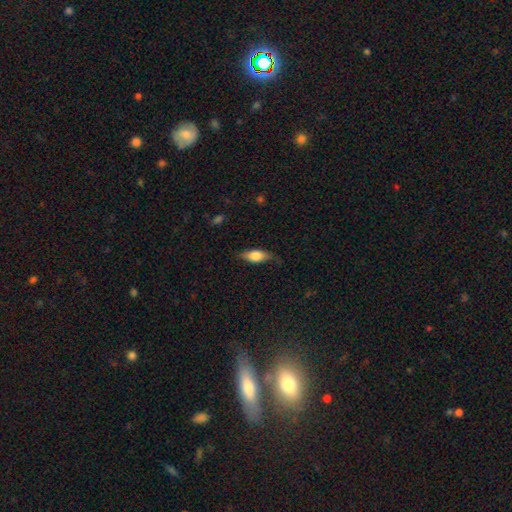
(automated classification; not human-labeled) Smooth or featured? smooth (69%)
How rounded? in between (76%)
Merging? none (73%)